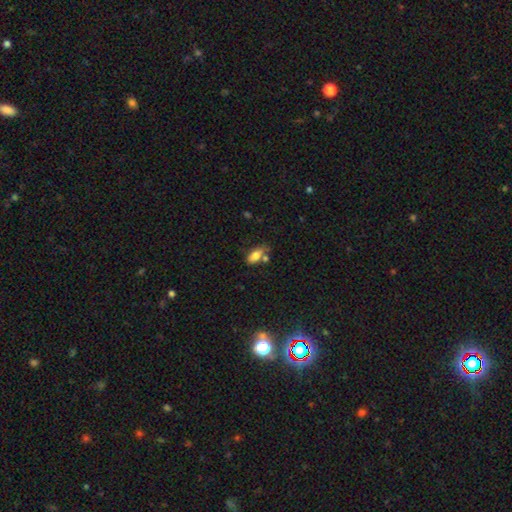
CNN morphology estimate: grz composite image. It shows a smooth galaxy with no disk features (77%) that is in between round and cigar-shaped (86%). Merging: none (52%).